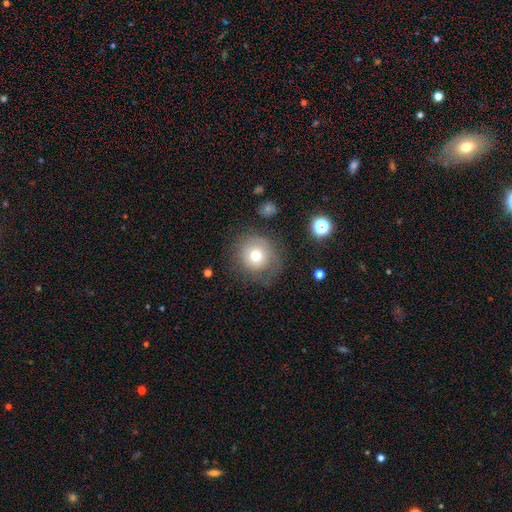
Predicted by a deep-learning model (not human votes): Smooth or featured: smooth — 69% (featured or disk — 20%)
How rounded: round — 87% (in between — 12%)
Merging: none — 63% (minor disturbance — 21%)